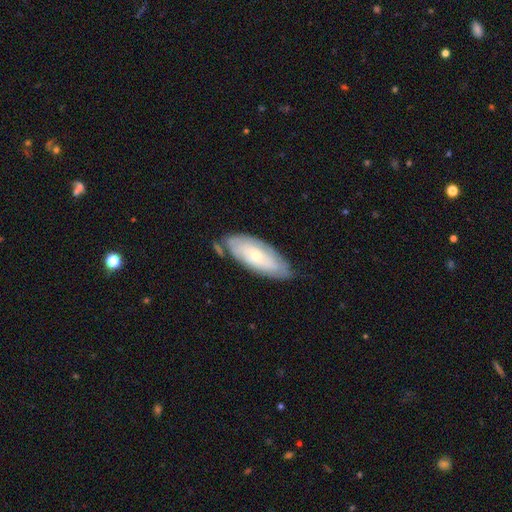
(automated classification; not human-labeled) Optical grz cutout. It shows a featured or disk galaxy (59%) with no bar (66%), spiral arms (77%) and a small central bulge (58%). Merging: none (68%).